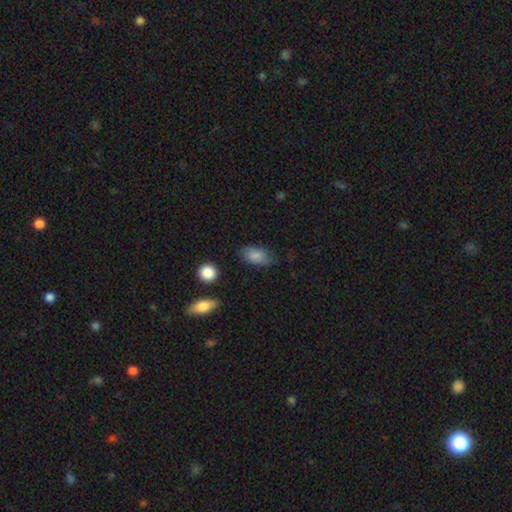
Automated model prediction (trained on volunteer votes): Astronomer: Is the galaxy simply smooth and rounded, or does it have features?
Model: smooth — 85%.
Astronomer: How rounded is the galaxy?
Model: in between — 91%.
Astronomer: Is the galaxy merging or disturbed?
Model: none — 70%.